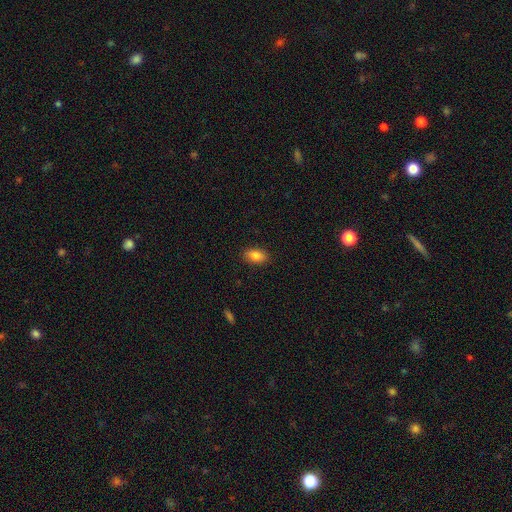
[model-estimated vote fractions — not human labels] This is clearly a smooth galaxy (85%). How rounded: clearly in between (90%). Merging: clearly none (89%).